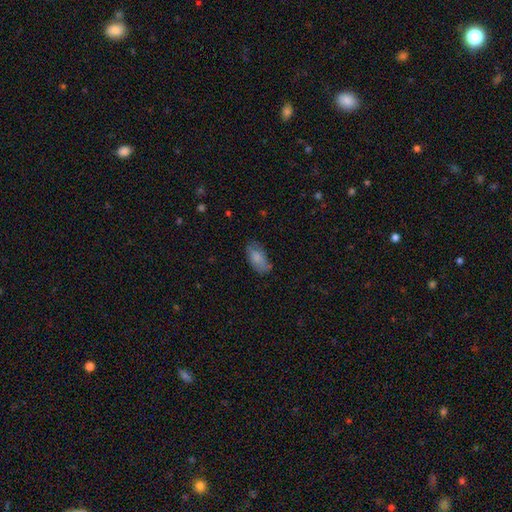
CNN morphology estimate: Smooth or featured? smooth (72%)
How rounded? in between (90%)
Merging? none (73%)